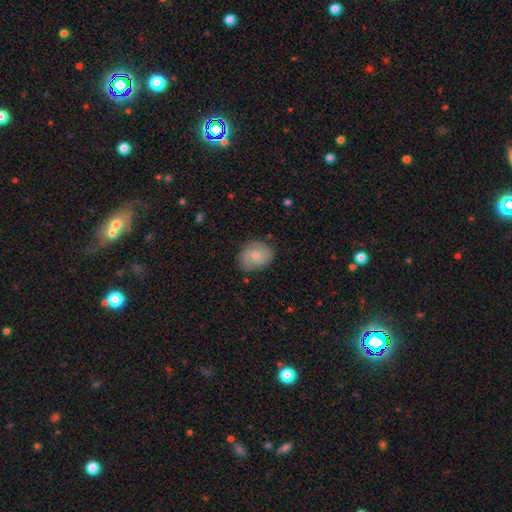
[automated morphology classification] smooth-or-featured: smooth: 65% | featured or disk: 28% | star or artifact: 7%
  how-rounded: round: 56% | in between: 43% | cigar-shaped: 1%
  merging: none: 76% | minor disturbance: 18% | major disturbance: 4% | merger: 1%